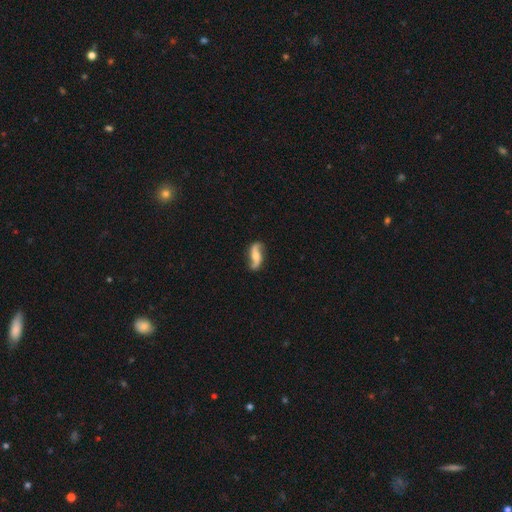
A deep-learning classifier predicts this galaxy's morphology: Smooth or featured? Predicted: featured or disk (p=0.80). Edge-on disk? Predicted: no (p=0.91). Bar? Predicted: no (p=0.47). Spiral arms? Predicted: yes (p=0.95). Spiral winding? Predicted: loose (p=0.82). Spiral arm count? Predicted: 2 (p=0.93). Bulge size? Predicted: moderate (p=0.50). Merging? Predicted: none (p=0.80).